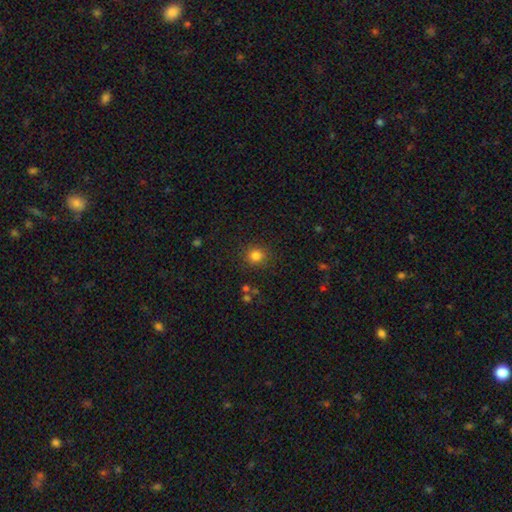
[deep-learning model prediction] Overall: smooth (82%). How rounded: round (88%). Merging: none (87%).